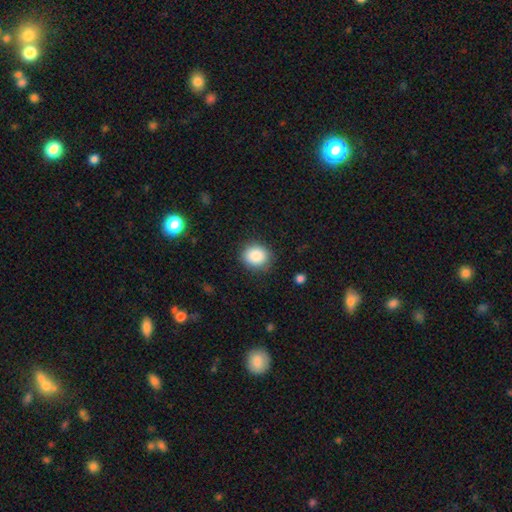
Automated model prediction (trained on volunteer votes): This appears to be a smooth galaxy with no disk features (86%) that is round (78%). Merging: none (87%).